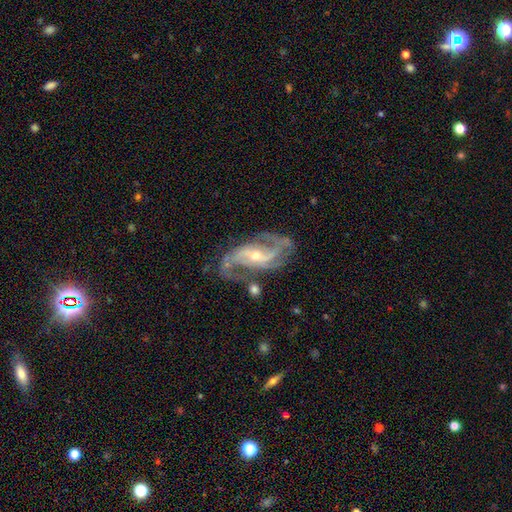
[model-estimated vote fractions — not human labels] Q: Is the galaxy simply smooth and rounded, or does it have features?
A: featured or disk — 91%.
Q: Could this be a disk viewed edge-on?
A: no — 97%.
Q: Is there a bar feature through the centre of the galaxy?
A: weak — 38%.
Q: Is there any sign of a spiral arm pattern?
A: yes — 98%.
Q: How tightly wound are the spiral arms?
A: medium — 53%.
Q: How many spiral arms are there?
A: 2 — 71%.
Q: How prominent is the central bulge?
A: small — 58%.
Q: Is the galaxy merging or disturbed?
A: none — 64%.